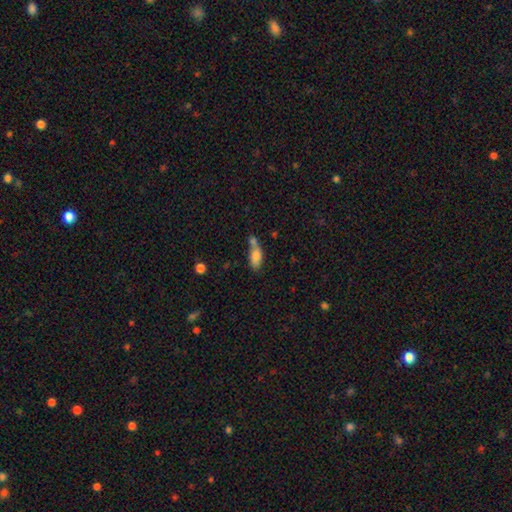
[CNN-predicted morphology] smooth-or-featured: smooth: 76% | featured or disk: 15% | star or artifact: 8%
  how-rounded: in between: 78% | cigar-shaped: 18% | round: 4%
  merging: merger: 41% | none: 36% | minor disturbance: 16% | major disturbance: 6%